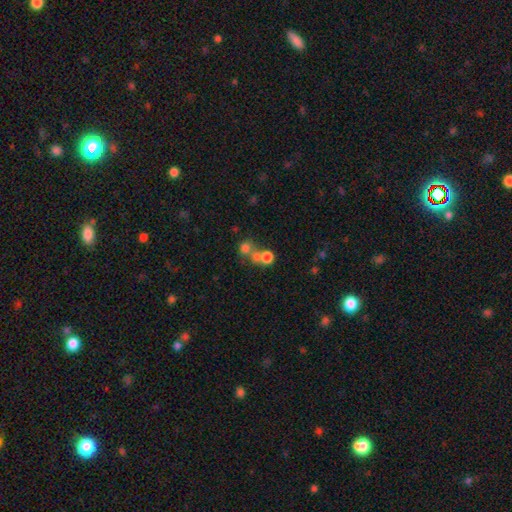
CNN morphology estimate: The model was most divided on "merging": none: 46%, merger: 41%, minor disturbance: 7%, major disturbance: 5%. Remaining: smooth or featured — smooth (47%).